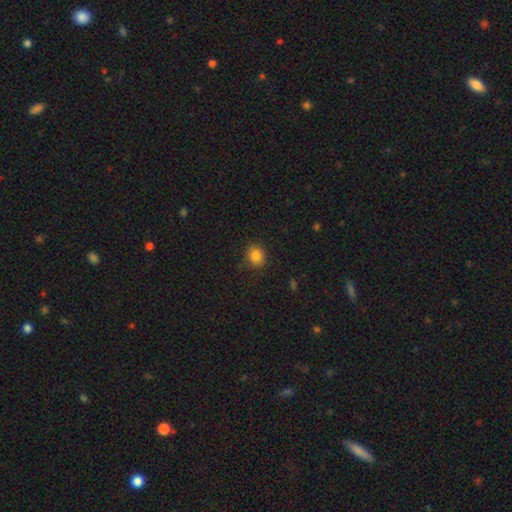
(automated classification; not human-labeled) Q: Smooth or featured?
A: smooth (84%); runner-up: star or artifact (11%)
Q: How rounded?
A: round (69%); runner-up: in between (31%)
Q: Merging?
A: none (85%); runner-up: minor disturbance (11%)